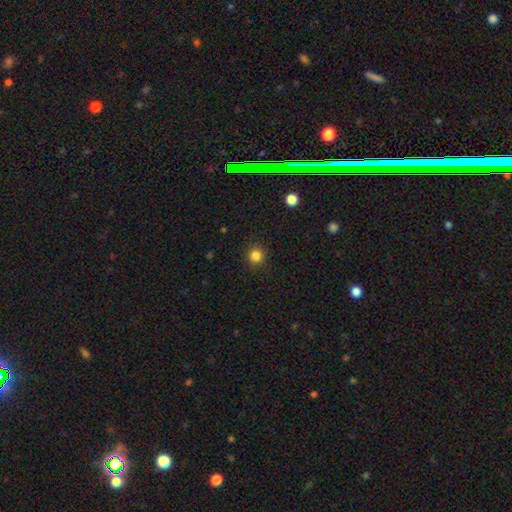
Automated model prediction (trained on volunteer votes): The model was most divided on "smooth or featured": smooth: 84%, star or artifact: 12%, featured or disk: 4%. More confident: how rounded — round (92%); merging — none (90%).